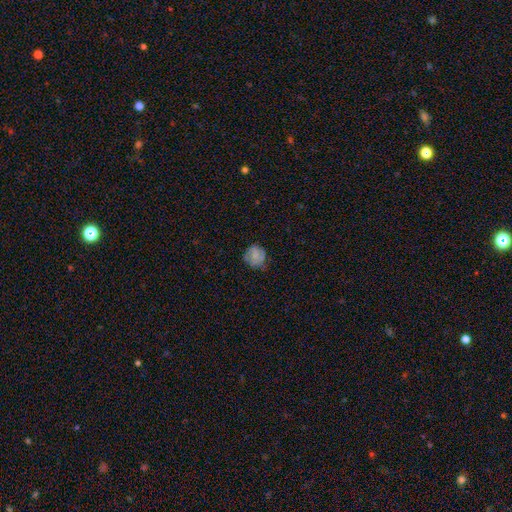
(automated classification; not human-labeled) A smooth galaxy with no disk features (67%) that is round (80%).

Vote fractions:
- Smooth or featured? smooth: 67% / featured or disk: 22% / star or artifact: 11%
- How rounded? round: 80% / in between: 19% / cigar-shaped: 1%
- Merging? none: 66% / minor disturbance: 25% / major disturbance: 8% / merger: 2%